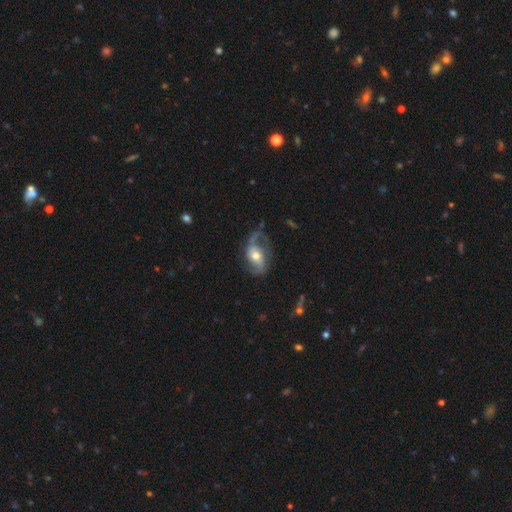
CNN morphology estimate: This is likely a featured or disk galaxy (76%). It is clearly not viewed edge-on (96%). Bar: possibly no (49%). Spiral arm pattern: clearly yes (89%). Spiral arm count: clearly 2 (80%). Spiral winding: possibly loose (54%). Central bulge: likely moderate (69%). Merging: possibly none (53%).